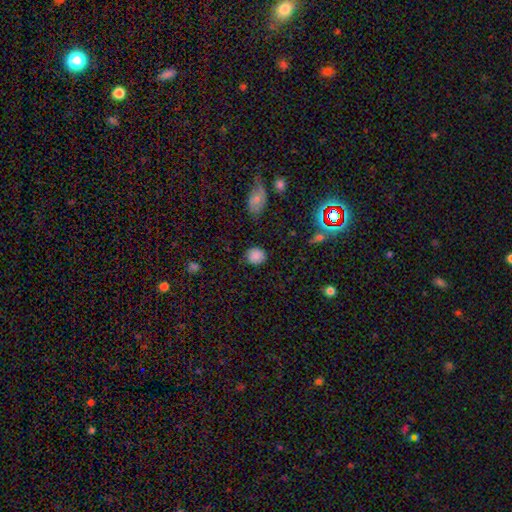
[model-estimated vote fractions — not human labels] Smooth or featured: smooth — 85% (star or artifact — 10%)
How rounded: round — 74% (in between — 25%)
Merging: none — 81% (minor disturbance — 14%)